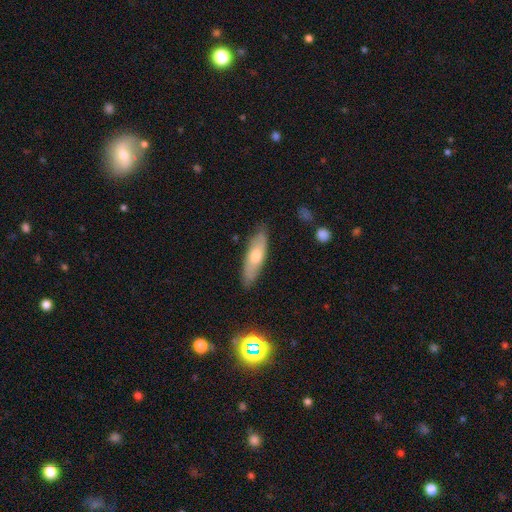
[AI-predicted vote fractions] Smooth or featured? Predicted: smooth (p=0.58). How rounded? Predicted: cigar-shaped (p=0.59). Merging? Predicted: none (p=0.83).